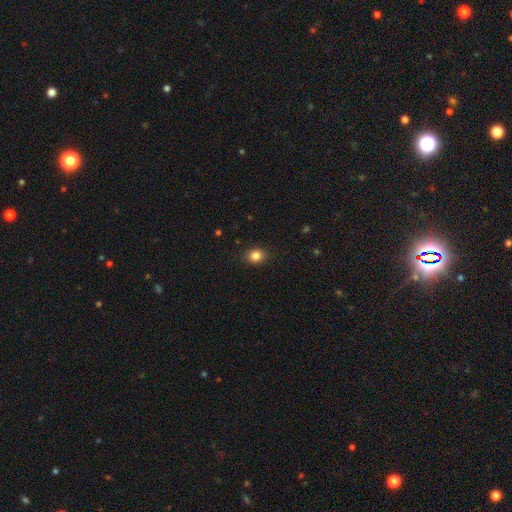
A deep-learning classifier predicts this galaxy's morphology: Smooth or featured? Predicted: smooth (p=0.84). How rounded? Predicted: round (p=0.55). Merging? Predicted: none (p=0.88).